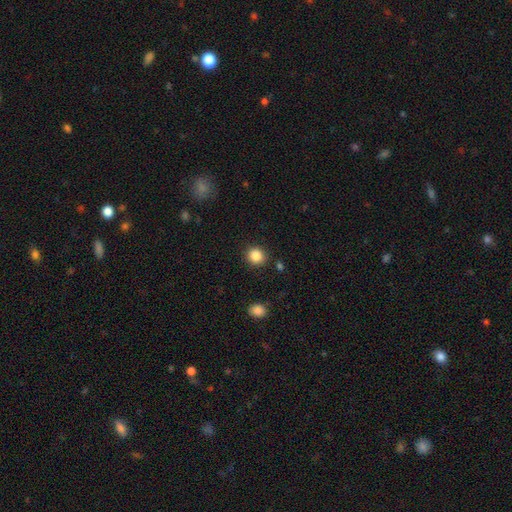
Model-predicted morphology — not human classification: smooth-or-featured: smooth: 86% | star or artifact: 10% | featured or disk: 4%
  how-rounded: round: 88% | in between: 12% | cigar-shaped: 1%
  merging: none: 89% | minor disturbance: 7% | major disturbance: 2% | merger: 2%